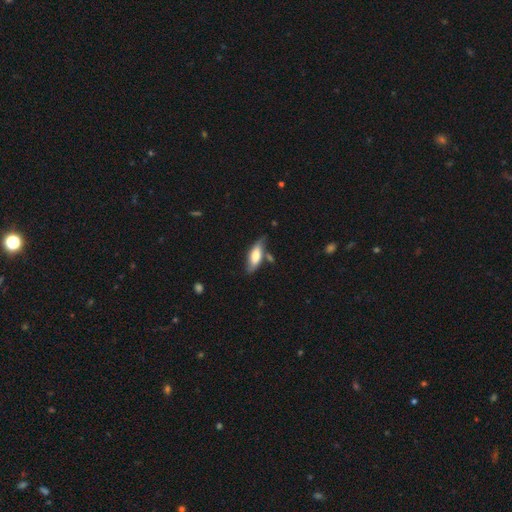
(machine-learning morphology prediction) This appears to be a smooth galaxy with no disk features (65%) that is in between round and cigar-shaped (67%). Merging: none (62%).